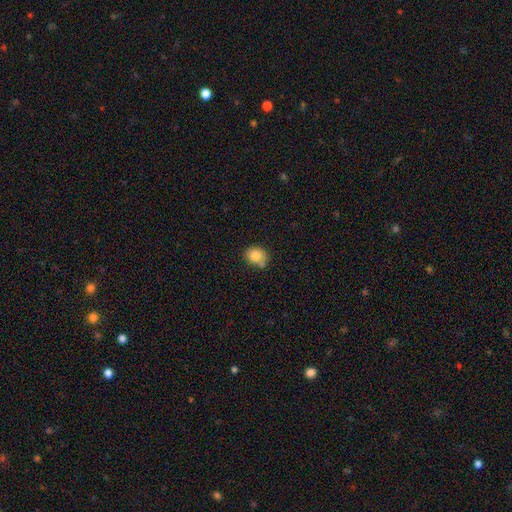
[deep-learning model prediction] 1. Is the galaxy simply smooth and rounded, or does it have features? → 83% smooth, 9% star or artifact, 8% featured or disk.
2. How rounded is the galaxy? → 62% round, 37% in between, 1% cigar-shaped.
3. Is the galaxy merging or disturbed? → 66% none, 16% minor disturbance, 15% merger, 3% major disturbance.